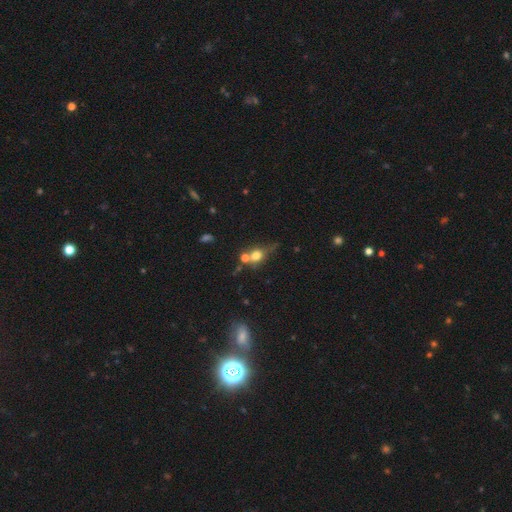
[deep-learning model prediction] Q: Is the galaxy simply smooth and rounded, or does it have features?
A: smooth — 68%.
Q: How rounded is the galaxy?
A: round — 69%.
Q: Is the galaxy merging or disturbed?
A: none — 44%.